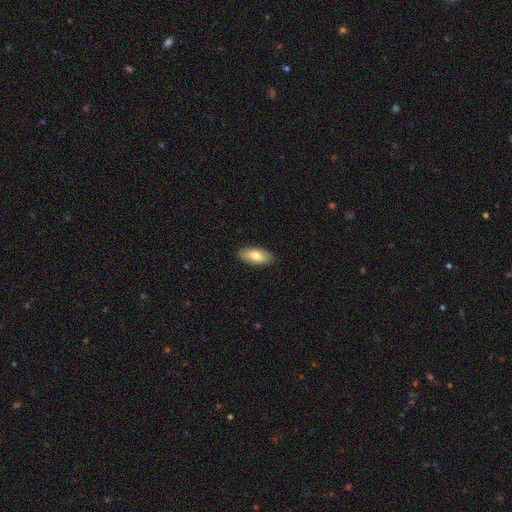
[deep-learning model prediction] This appears to be a smooth galaxy with no disk features (74%) that is in between round and cigar-shaped (88%). Merging: none (88%).